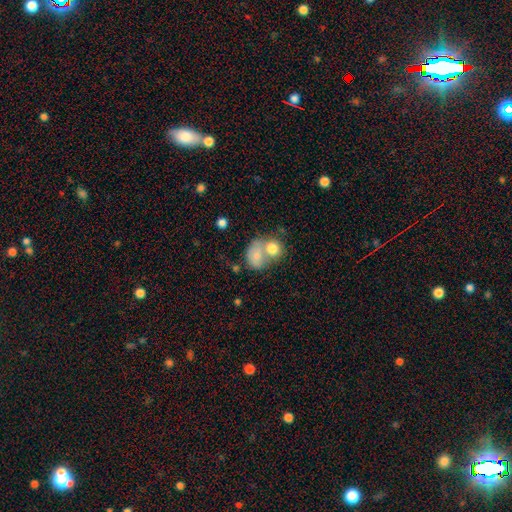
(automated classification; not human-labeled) A smooth galaxy with no disk features (74%) that is round (53%). Merging: merger (66%).